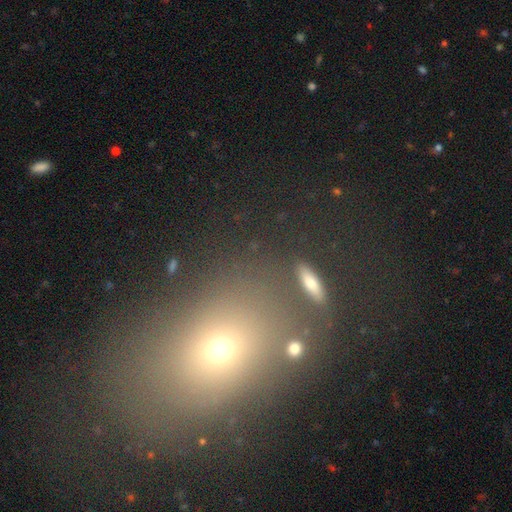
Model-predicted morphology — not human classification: Smooth or featured: smooth — 52% (star or artifact — 31%)
How rounded: in between — 54% (round — 39%)
Merging: none — 69% (minor disturbance — 12%)